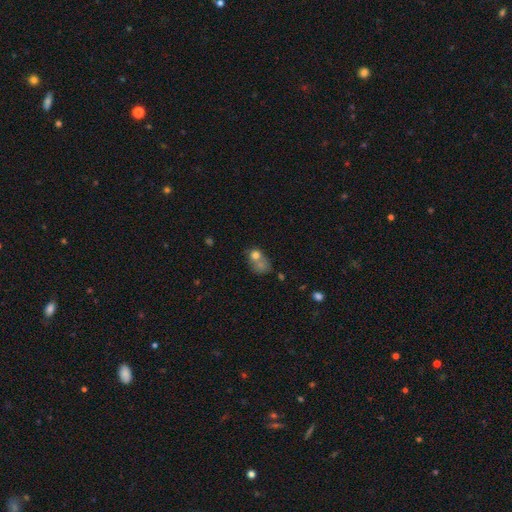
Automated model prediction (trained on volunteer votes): Q: Smooth or featured?
A: smooth (70%); runner-up: featured or disk (18%)
Q: How rounded?
A: round (52%); runner-up: in between (47%)
Q: Merging?
A: merger (54%); runner-up: none (24%)